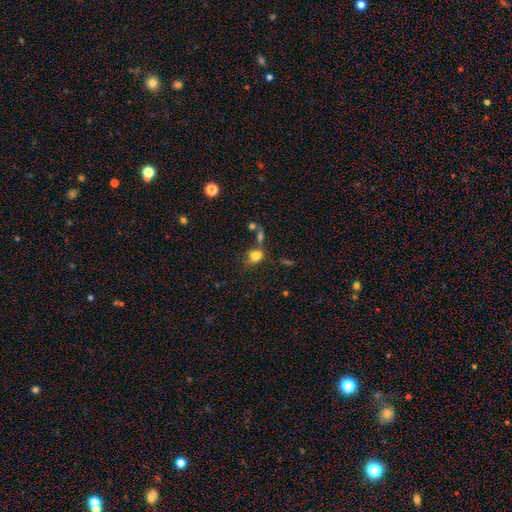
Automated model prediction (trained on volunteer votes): smooth_or_featured: smooth (p=0.80) [alt: star or artifact p=0.12]
how_rounded: in between (p=0.56) [alt: round p=0.41]
merging: none (p=0.48) [alt: merger p=0.22]